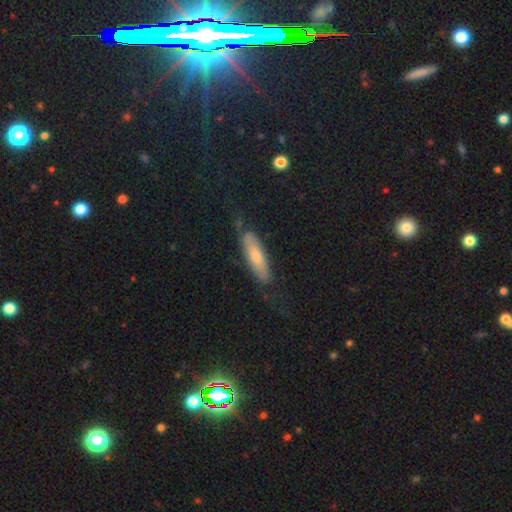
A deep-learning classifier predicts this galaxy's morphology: Smooth or featured?
  - smooth: 56% *
  - featured or disk: 37%
  - star or artifact: 7%
How rounded?
  - cigar-shaped: 65% *
  - in between: 33%
  - round: 2%
Merging?
  - none: 67% *
  - minor disturbance: 22%
  - major disturbance: 9%
  - merger: 2%